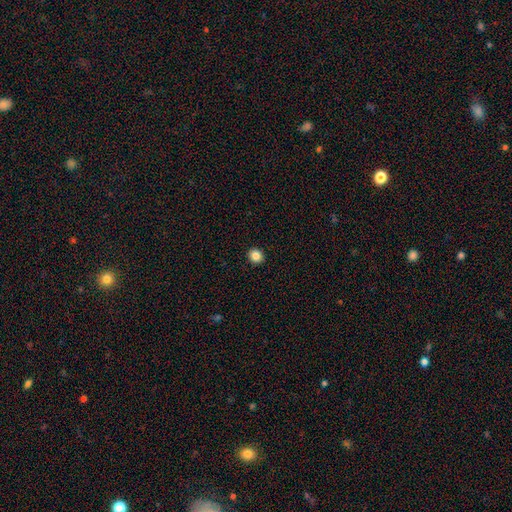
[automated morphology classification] Q: Smooth or featured?
A: smooth (85%); runner-up: star or artifact (11%)
Q: How rounded?
A: round (88%); runner-up: in between (12%)
Q: Merging?
A: none (93%); runner-up: minor disturbance (4%)